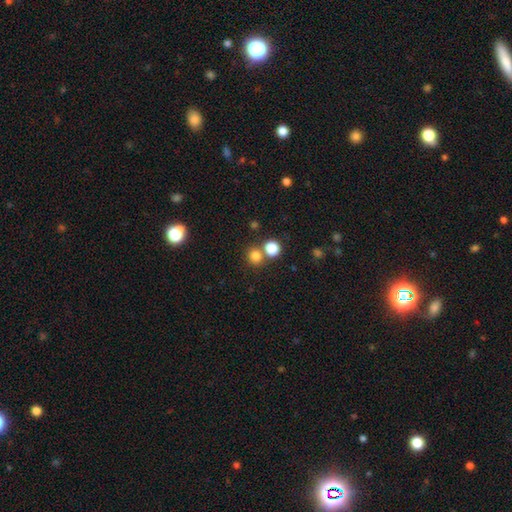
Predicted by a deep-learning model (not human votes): smooth 79%, star or artifact 16%, featured or disk 6%. Down the decision tree: how rounded — round (89%); merging — none (67%).